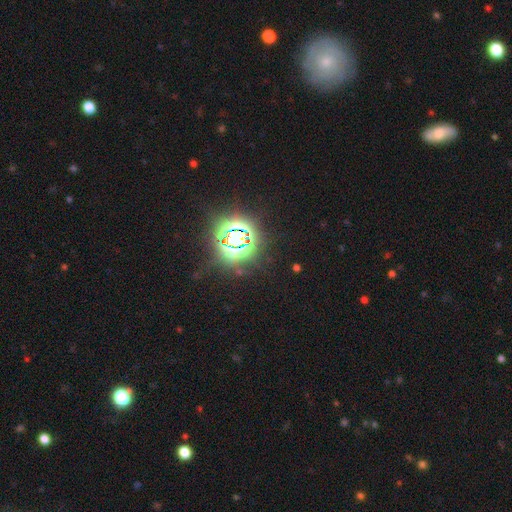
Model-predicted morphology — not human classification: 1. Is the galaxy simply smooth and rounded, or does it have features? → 80% star or artifact, 13% smooth, 7% featured or disk.